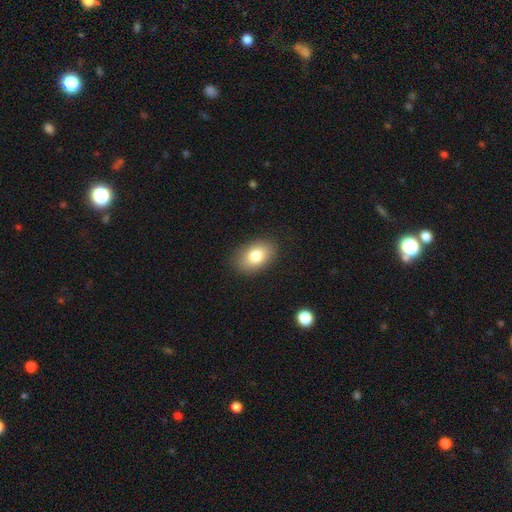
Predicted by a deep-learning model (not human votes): Morphology: type=smooth (81%); roundness=in between (87%); merging=none (87%).